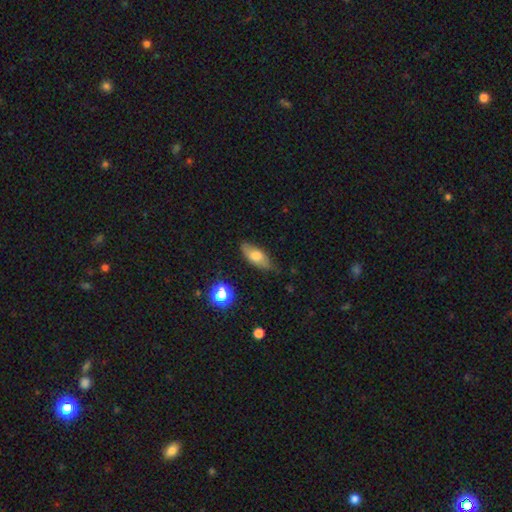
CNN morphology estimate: The model was most divided on "smooth or featured": smooth: 66%, featured or disk: 25%, star or artifact: 8%. More confident: how rounded — in between (80%); merging — none (73%).